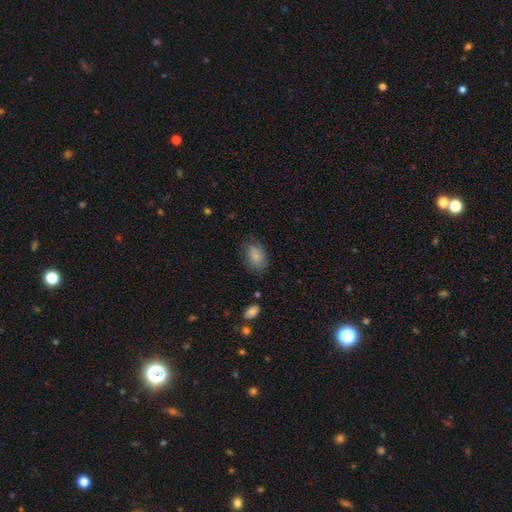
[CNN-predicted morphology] smooth_or_featured: smooth (p=0.85) [alt: featured or disk p=0.08]
how_rounded: in between (p=0.88) [alt: round p=0.10]
merging: none (p=0.72) [alt: minor disturbance p=0.21]